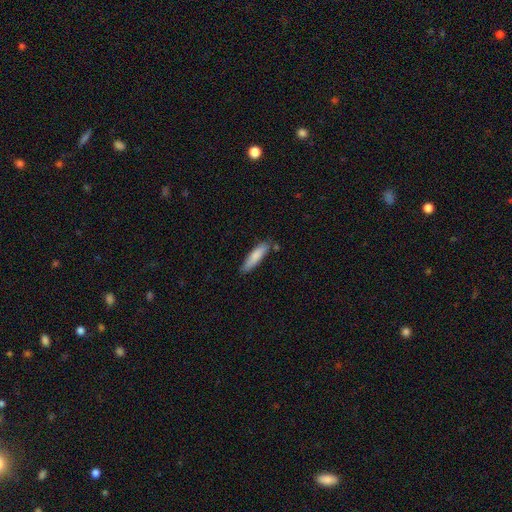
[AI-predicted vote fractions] A smooth galaxy with no disk features (83%) that is cigar-shaped (72%). Merging: none (77%).